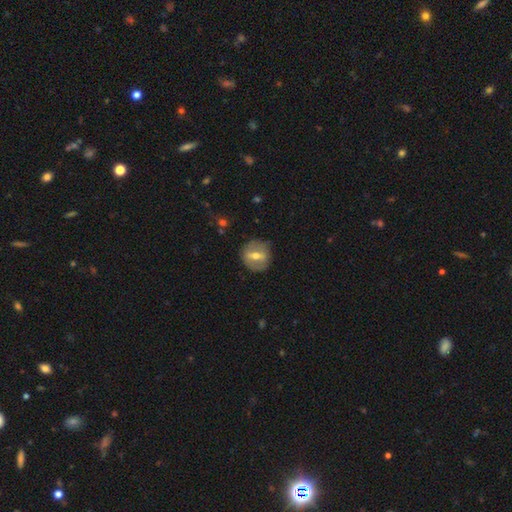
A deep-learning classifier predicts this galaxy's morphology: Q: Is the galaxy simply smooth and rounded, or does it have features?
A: featured or disk — 58%.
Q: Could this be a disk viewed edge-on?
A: no — 83%.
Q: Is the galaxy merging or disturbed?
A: none — 82%.